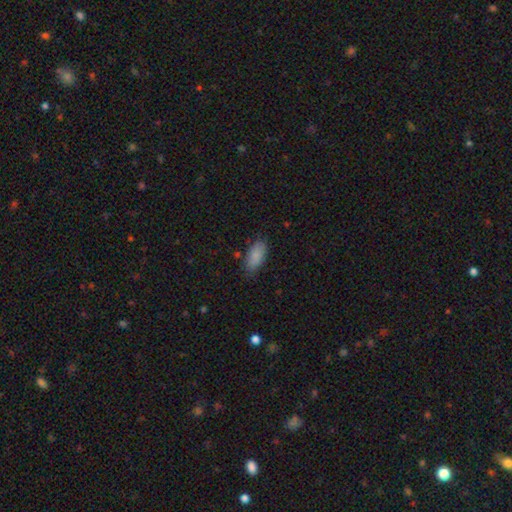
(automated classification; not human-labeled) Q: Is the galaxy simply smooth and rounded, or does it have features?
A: smooth — 87%.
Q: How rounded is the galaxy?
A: in between — 88%.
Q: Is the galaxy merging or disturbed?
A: none — 78%.